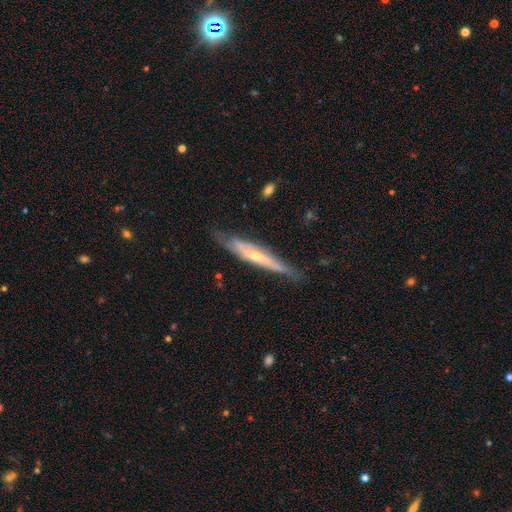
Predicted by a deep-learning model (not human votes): This is likely a featured or disk galaxy (66%). It is likely viewed edge-on (79%). Edge-on bulge: possibly rounded (55%). Merging: likely none (71%).